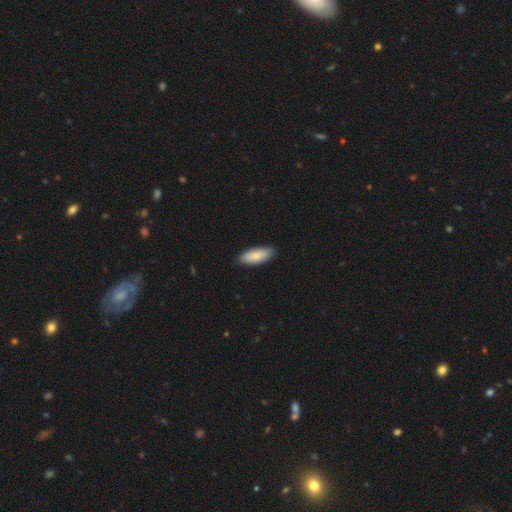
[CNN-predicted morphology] This is clearly a smooth galaxy (85%). How rounded: likely in between (76%). Merging: clearly none (86%).